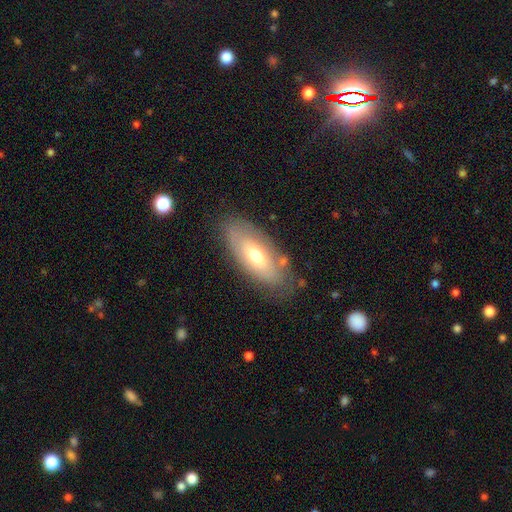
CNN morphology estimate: Overall: smooth (54%; featured or disk 39%). How rounded: in between (84%). Merging: none (77%).